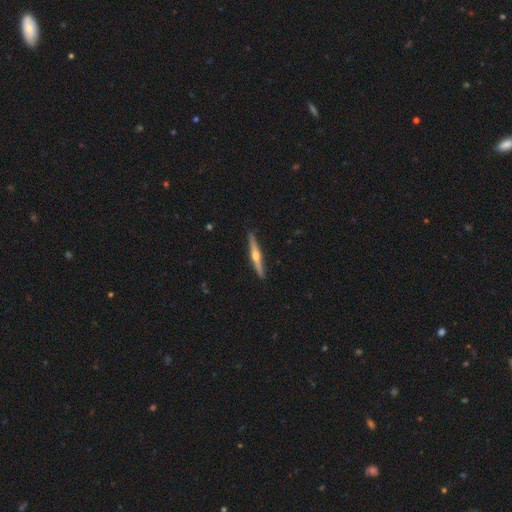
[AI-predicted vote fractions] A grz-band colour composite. It shows a featured or disk galaxy (72%) viewed edge-on (98%) with a rounded central bulge (93%). Merging: none (91%).